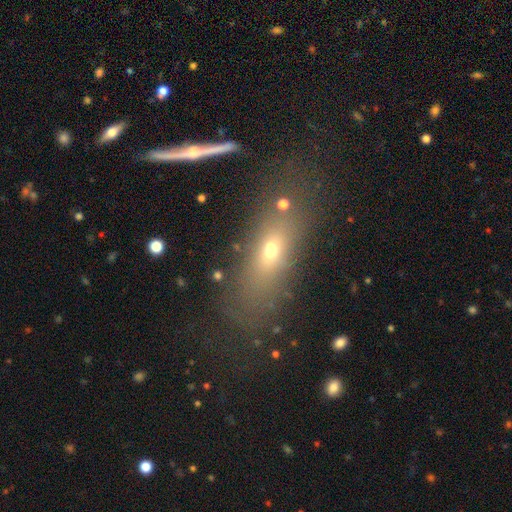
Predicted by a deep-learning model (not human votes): Overall: smooth (54%; featured or disk 27%). How rounded: in between (59%; cigar-shaped 30%). Merging: none (69%).